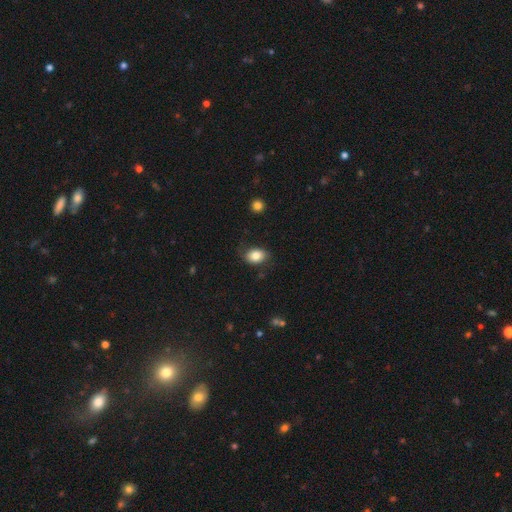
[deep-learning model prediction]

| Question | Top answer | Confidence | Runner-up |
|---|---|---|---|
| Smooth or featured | smooth | 82% | featured or disk (10%) |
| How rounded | in between | 75% | round (24%) |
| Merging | none | 77% | minor disturbance (16%) |